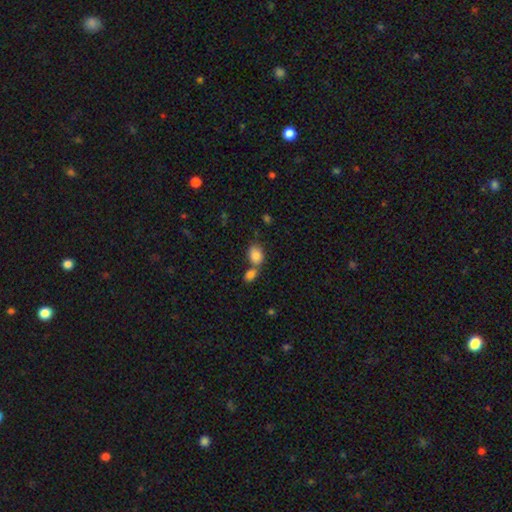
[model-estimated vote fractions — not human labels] Smooth or featured? Predicted: smooth (p=0.85). How rounded? Predicted: in between (p=0.72). Merging? Predicted: merger (p=0.47).